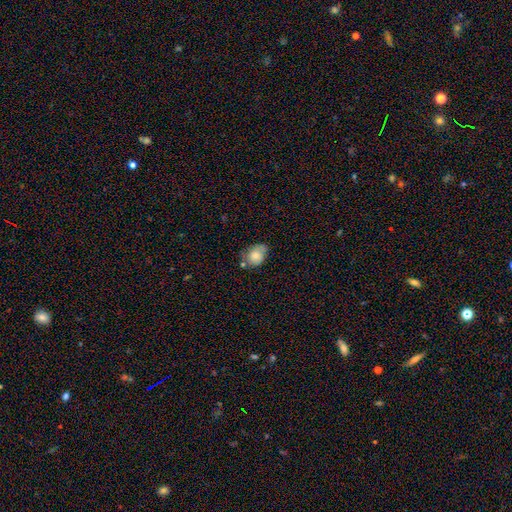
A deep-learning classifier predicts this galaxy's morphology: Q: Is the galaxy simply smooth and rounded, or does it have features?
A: smooth — 68%.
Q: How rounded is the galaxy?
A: in between — 63%.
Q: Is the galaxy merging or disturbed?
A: none — 49%.